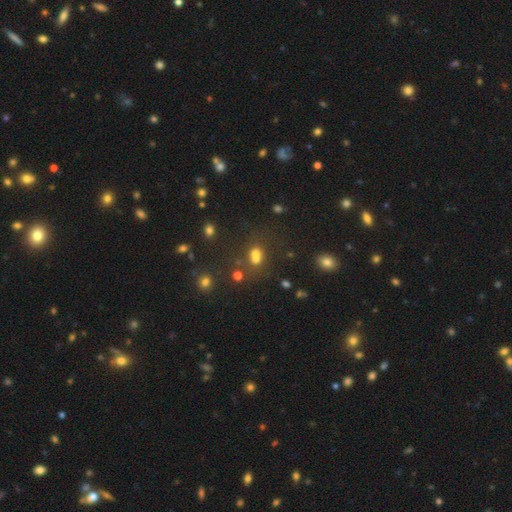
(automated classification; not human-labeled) smooth 63%, star or artifact 24%, featured or disk 13%. Down the decision tree: how rounded — in between (56%); merging — merger (41%).